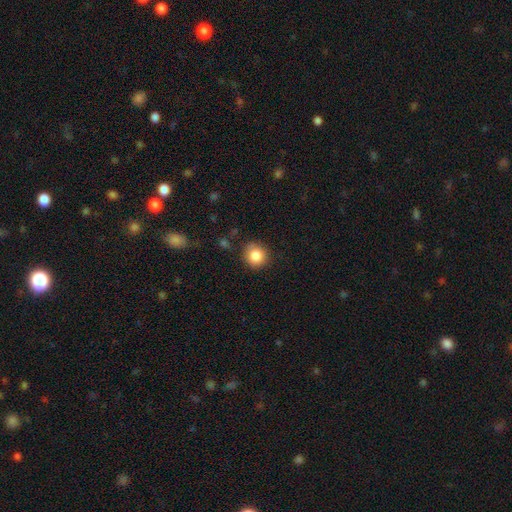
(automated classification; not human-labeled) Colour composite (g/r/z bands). It shows a smooth galaxy with no disk features (85%) that is round (89%). Merging: none (82%).